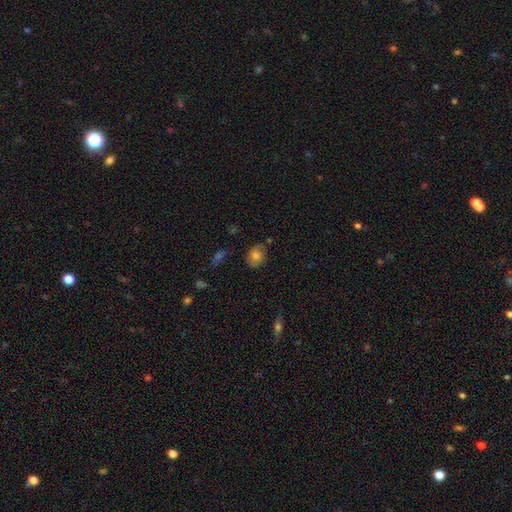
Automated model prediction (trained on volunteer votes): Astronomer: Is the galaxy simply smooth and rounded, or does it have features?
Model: smooth — 72%.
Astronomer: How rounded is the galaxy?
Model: round — 56% (runner-up: in between, 43%).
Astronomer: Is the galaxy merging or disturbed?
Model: none — 72%.